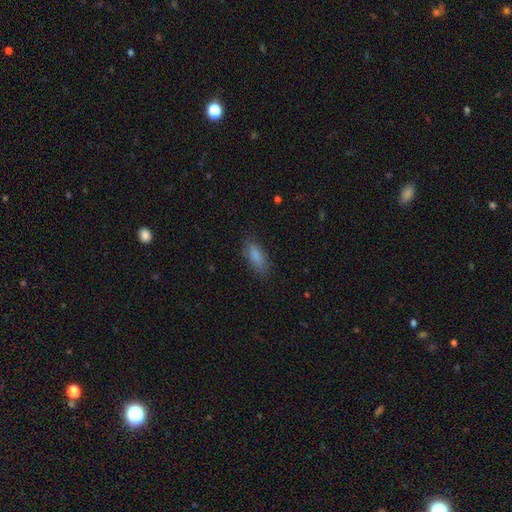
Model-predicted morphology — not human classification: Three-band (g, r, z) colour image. It shows a smooth galaxy with no disk features (84%) that is in between round and cigar-shaped (72%). Merging: none (81%).